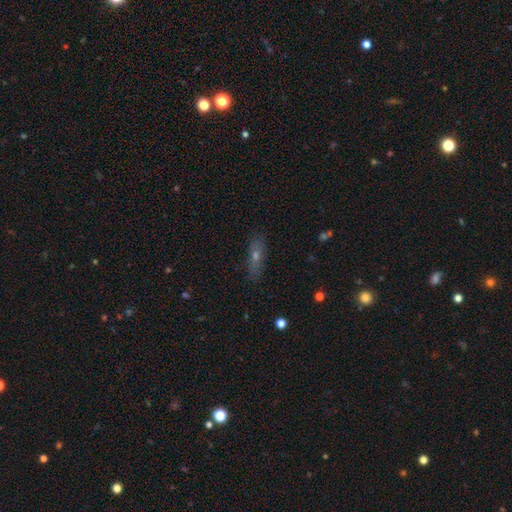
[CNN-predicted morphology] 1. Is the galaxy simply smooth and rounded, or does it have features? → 47% smooth, 39% featured or disk, 15% star or artifact.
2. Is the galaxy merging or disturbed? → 83% none, 12% minor disturbance, 3% major disturbance, 1% merger.